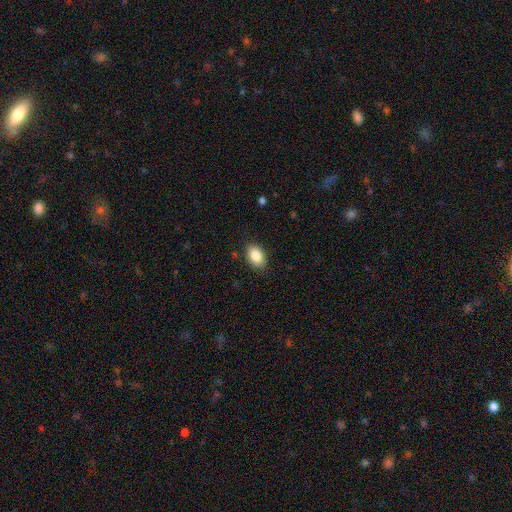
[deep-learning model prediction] This appears to be a smooth galaxy with no disk features (85%) that is in between round and cigar-shaped (87%). Merging: none (86%).